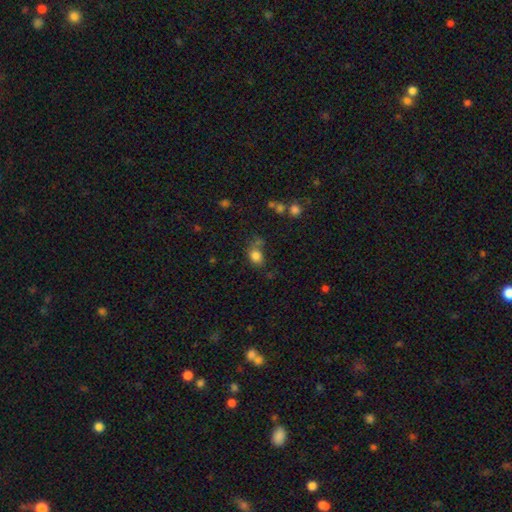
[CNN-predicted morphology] A smooth galaxy with no disk features (81%) that is in between round and cigar-shaped (59%).

Vote fractions:
- Smooth or featured? smooth: 81% / star or artifact: 12% / featured or disk: 7%
- How rounded? in between: 59% / round: 40% / cigar-shaped: 1%
- Merging? none: 58% / minor disturbance: 21% / merger: 13% / major disturbance: 8%